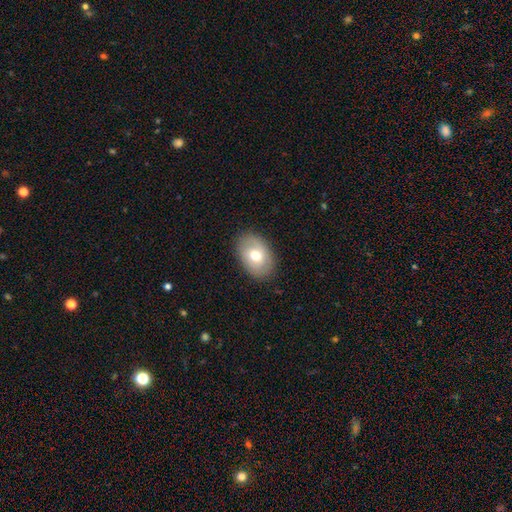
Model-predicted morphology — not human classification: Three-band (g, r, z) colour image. It shows a smooth galaxy with no disk features (66%) that is in between round and cigar-shaped (82%). Merging: none (85%).